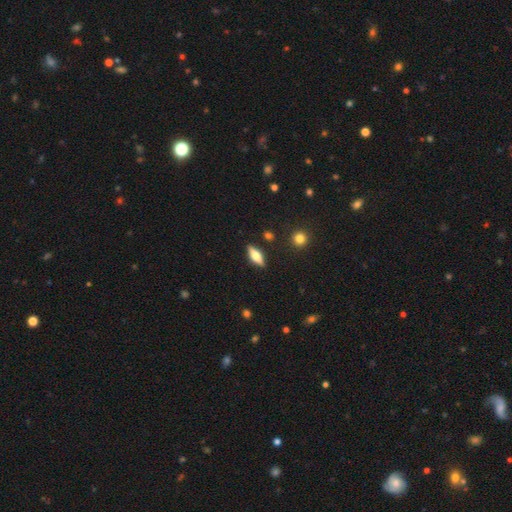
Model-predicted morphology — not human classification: smooth-or-featured: smooth: 51% | featured or disk: 43% | star or artifact: 7%
  how-rounded: in between: 63% | cigar-shaped: 33% | round: 4%
  merging: none: 87% | minor disturbance: 9% | major disturbance: 2% | merger: 2%